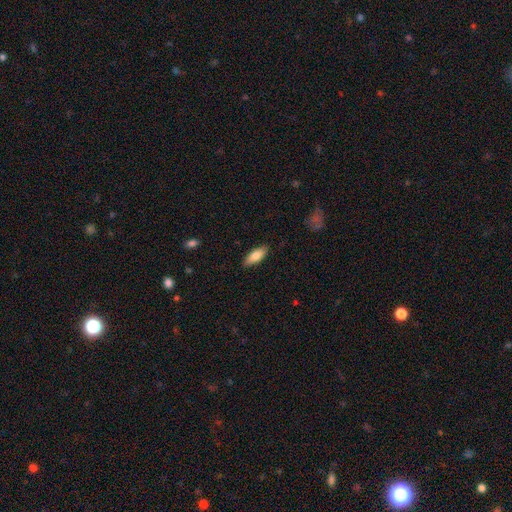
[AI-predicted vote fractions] Smooth or featured?
  - smooth: 80% *
  - featured or disk: 14%
  - star or artifact: 6%
How rounded?
  - in between: 73% *
  - cigar-shaped: 25%
  - round: 2%
Merging?
  - none: 87% *
  - minor disturbance: 10%
  - major disturbance: 2%
  - merger: 1%